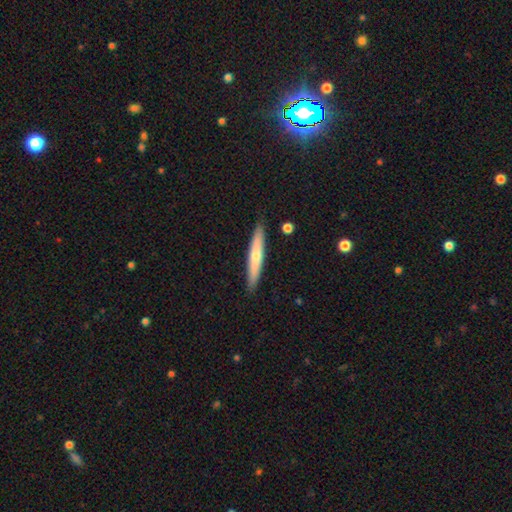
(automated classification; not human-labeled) smooth 58%, featured or disk 37%, star or artifact 6%. Down the decision tree: how rounded — cigar-shaped (92%); merging — none (88%).